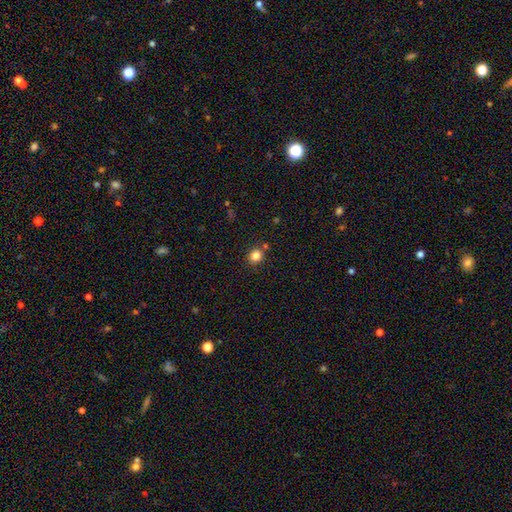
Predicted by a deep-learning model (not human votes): Smooth or featured?
  - smooth: 83% *
  - star or artifact: 12%
  - featured or disk: 5%
How rounded?
  - round: 81% *
  - in between: 18%
  - cigar-shaped: 1%
Merging?
  - none: 83% *
  - minor disturbance: 8%
  - merger: 6%
  - major disturbance: 2%